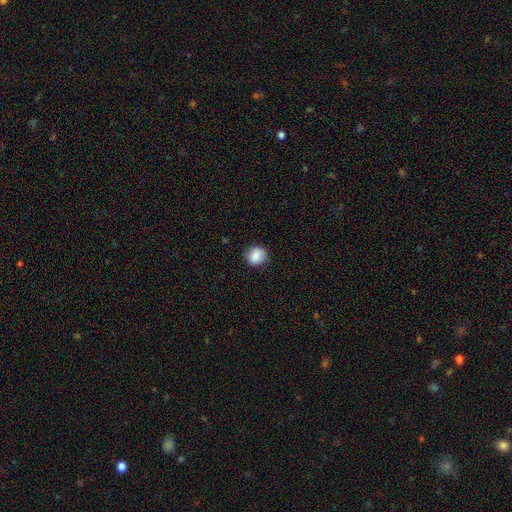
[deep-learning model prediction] A smooth galaxy with no disk features (85%) that is round (83%).

Vote fractions:
- Smooth or featured? smooth: 85% / star or artifact: 9% / featured or disk: 6%
- How rounded? round: 83% / in between: 16% / cigar-shaped: 1%
- Merging? none: 84% / minor disturbance: 12% / major disturbance: 3% / merger: 1%